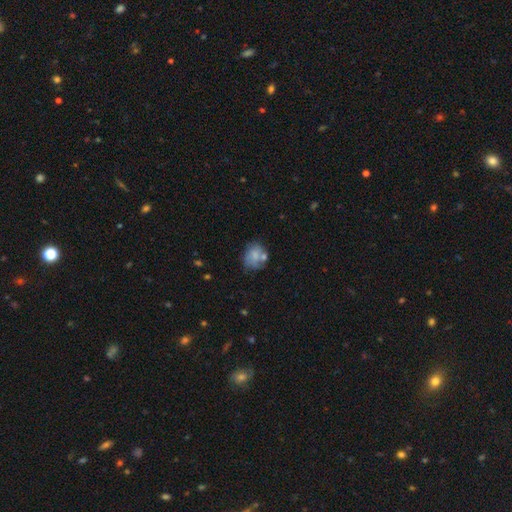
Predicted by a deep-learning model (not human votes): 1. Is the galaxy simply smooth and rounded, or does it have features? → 64% smooth, 26% featured or disk, 10% star or artifact.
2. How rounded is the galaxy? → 51% round, 48% in between, 1% cigar-shaped.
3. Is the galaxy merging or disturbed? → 48% none, 24% minor disturbance, 16% merger, 12% major disturbance.